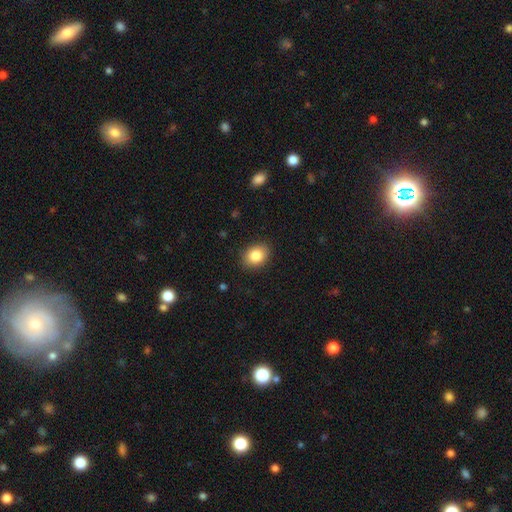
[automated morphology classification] Smooth or featured: smooth — 85% (star or artifact — 9%)
How rounded: in between — 57% (round — 42%)
Merging: none — 88% (minor disturbance — 9%)